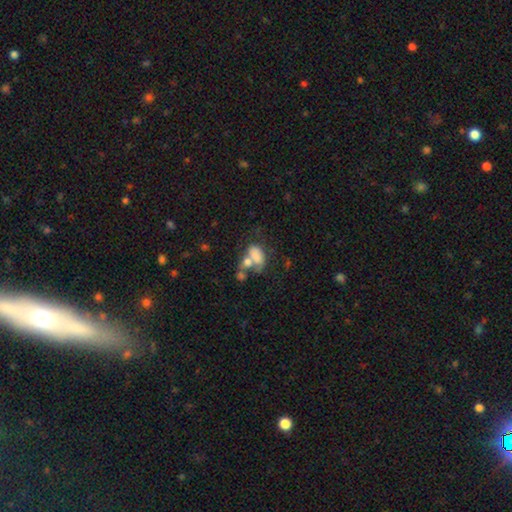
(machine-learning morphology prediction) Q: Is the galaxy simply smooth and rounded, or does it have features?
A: smooth — 66%.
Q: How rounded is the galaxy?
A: in between — 86%.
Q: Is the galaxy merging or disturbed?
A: merger — 51%.